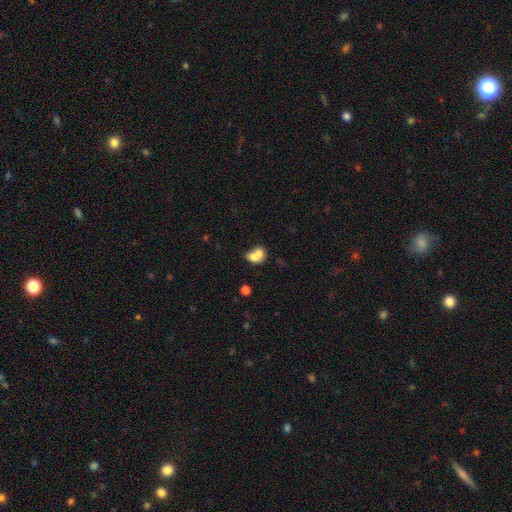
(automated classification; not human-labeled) Morphology: type=smooth (70%); roundness=round (50%); merging=merger (70%).